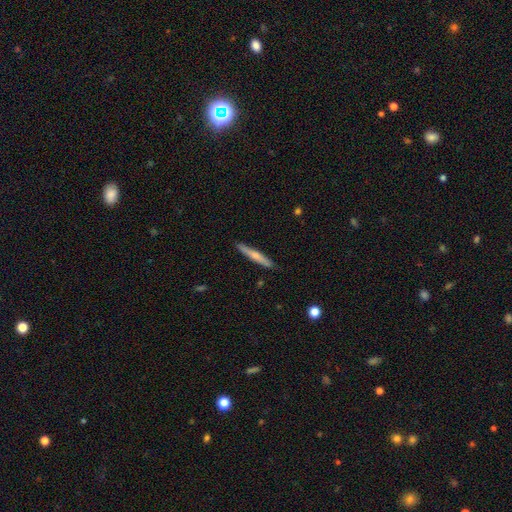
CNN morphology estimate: Q: Smooth or featured?
A: smooth (55%); runner-up: featured or disk (40%)
Q: How rounded?
A: cigar-shaped (94%); runner-up: in between (4%)
Q: Merging?
A: none (90%); runner-up: minor disturbance (8%)